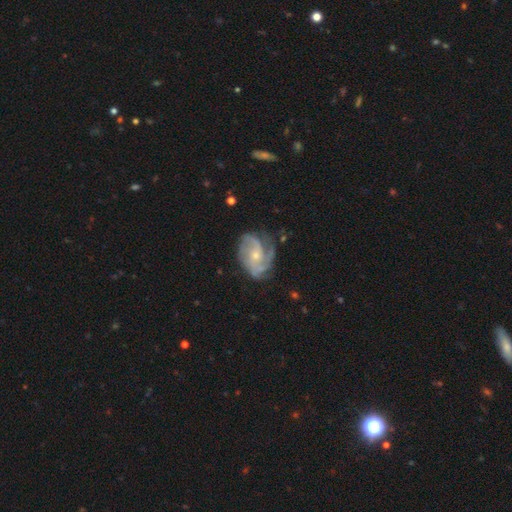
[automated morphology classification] Smooth or featured? Predicted: featured or disk (p=0.85). Edge-on disk? Predicted: no (p=0.98). Bar? Predicted: no (p=0.69). Spiral arms? Predicted: yes (p=0.96). Spiral winding? Predicted: medium (p=0.46). Spiral arm count? Predicted: 3 (p=0.36). Bulge size? Predicted: small (p=0.61). Merging? Predicted: none (p=0.67).